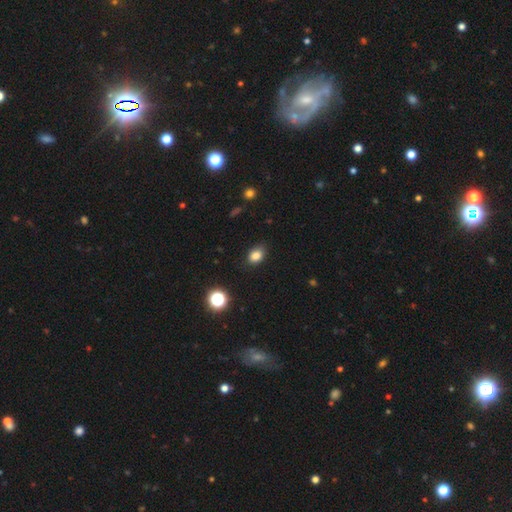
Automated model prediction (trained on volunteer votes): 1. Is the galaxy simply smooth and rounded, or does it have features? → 83% smooth, 12% star or artifact, 6% featured or disk.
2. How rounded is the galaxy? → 74% in between, 25% round, 1% cigar-shaped.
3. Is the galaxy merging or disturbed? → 83% none, 13% minor disturbance, 3% major disturbance, 1% merger.